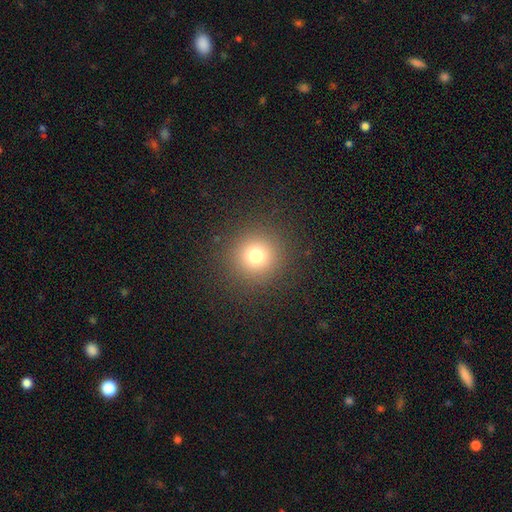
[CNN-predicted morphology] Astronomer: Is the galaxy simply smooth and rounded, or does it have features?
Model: smooth — 75%.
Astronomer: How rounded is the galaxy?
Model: round — 95%.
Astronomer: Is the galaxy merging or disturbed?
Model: none — 90%.